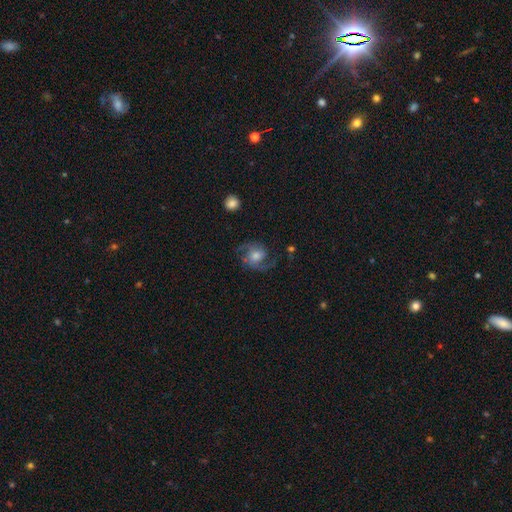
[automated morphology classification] Smooth or featured: featured or disk — 80% (smooth — 13%)
Edge-on disk: no — 98% (yes — 2%)
Bar: no — 62% (weak — 32%)
Spiral arms: yes — 96% (no — 4%)
Spiral winding: medium — 54% (loose — 29%)
Spiral arm count: 2 — 88% (can't tell — 4%)
Bulge size: moderate — 58% (small — 19%)
Merging: none — 72% (minor disturbance — 15%)